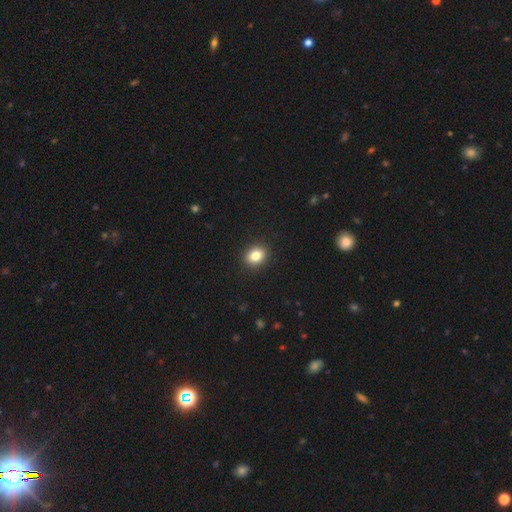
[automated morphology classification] Smooth or featured?
  - smooth: 83% *
  - star or artifact: 10%
  - featured or disk: 7%
How rounded?
  - in between: 50% *
  - round: 49%
  - cigar-shaped: 1%
Merging?
  - none: 91% *
  - minor disturbance: 6%
  - major disturbance: 2%
  - merger: 1%